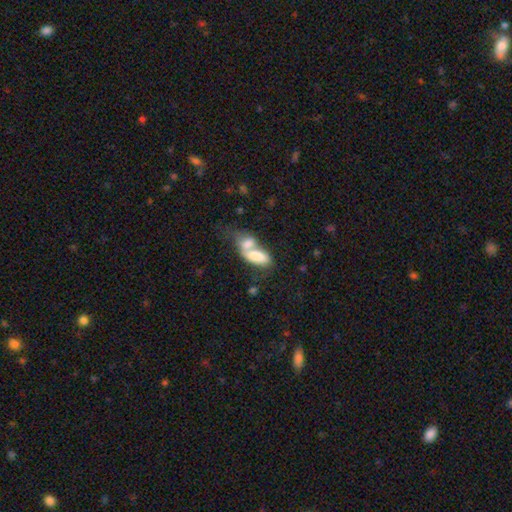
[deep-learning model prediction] Q: Smooth or featured?
A: smooth (73%); runner-up: featured or disk (19%)
Q: How rounded?
A: in between (87%); runner-up: cigar-shaped (7%)
Q: Merging?
A: merger (75%); runner-up: none (12%)